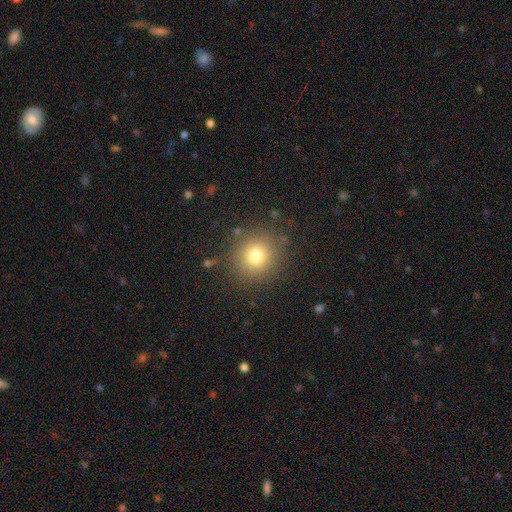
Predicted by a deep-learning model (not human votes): Smooth or featured?
  - smooth: 76% *
  - star or artifact: 14%
  - featured or disk: 10%
How rounded?
  - round: 90% *
  - in between: 9%
  - cigar-shaped: 1%
Merging?
  - none: 86% *
  - minor disturbance: 8%
  - major disturbance: 4%
  - merger: 2%